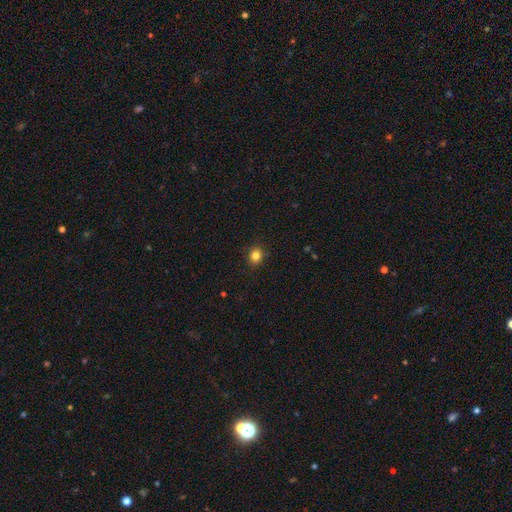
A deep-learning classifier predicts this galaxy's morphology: Smooth or featured?
  - smooth: 83% *
  - star or artifact: 12%
  - featured or disk: 5%
How rounded?
  - round: 74% *
  - in between: 25%
  - cigar-shaped: 1%
Merging?
  - none: 89% *
  - minor disturbance: 8%
  - major disturbance: 2%
  - merger: 1%